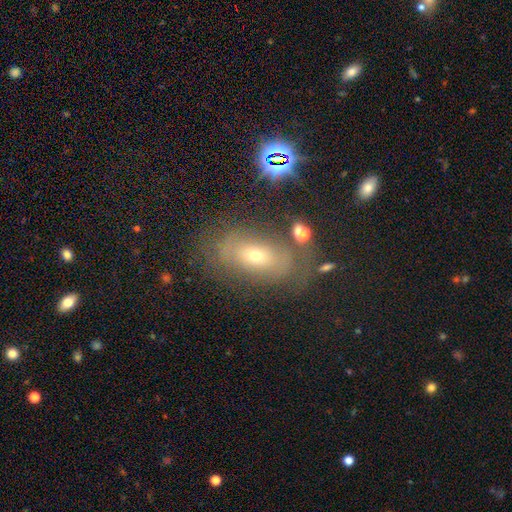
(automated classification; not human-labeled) The model was most divided on "smooth or featured": smooth: 44%, featured or disk: 40%, star or artifact: 16%. More confident: merging — none (63%).